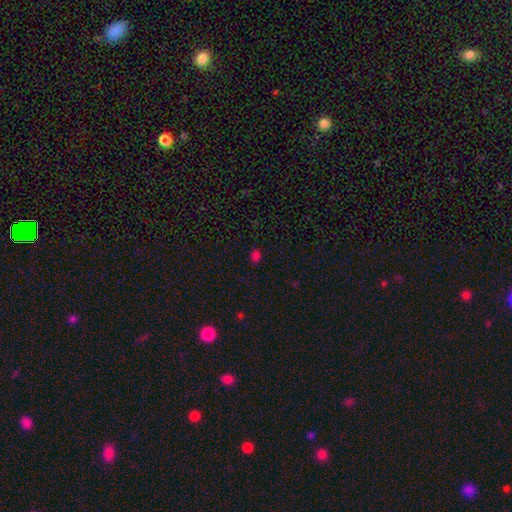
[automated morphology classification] This is likely a smooth galaxy (71%). How rounded: likely in between (63%). Merging: clearly none (84%).